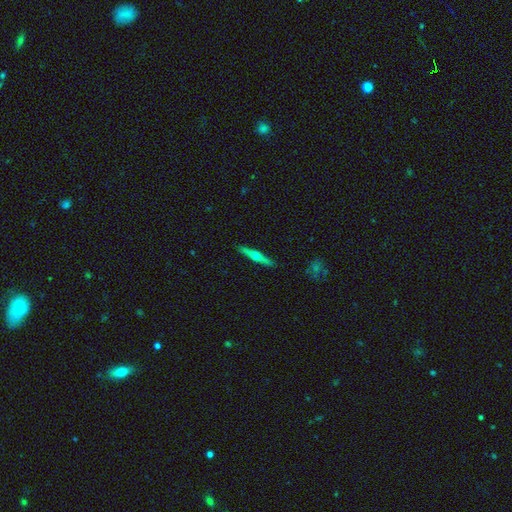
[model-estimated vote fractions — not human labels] Smooth or featured? featured or disk (66%)
Edge-on disk? yes (97%)
Edge-on bulge? rounded (94%)
Merging? none (92%)